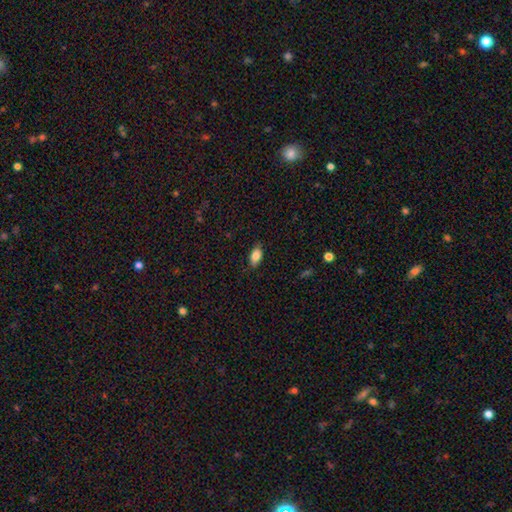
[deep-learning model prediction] smooth 82%, featured or disk 10%, star or artifact 8%. Down the decision tree: how rounded — in between (90%); merging — none (84%).